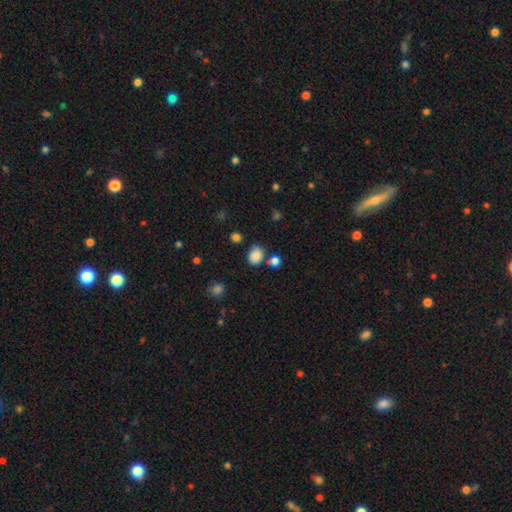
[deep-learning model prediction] smooth-or-featured: smooth: 85% | star or artifact: 11% | featured or disk: 4%
  how-rounded: in between: 63% | round: 36% | cigar-shaped: 1%
  merging: none: 68% | minor disturbance: 16% | merger: 11% | major disturbance: 5%